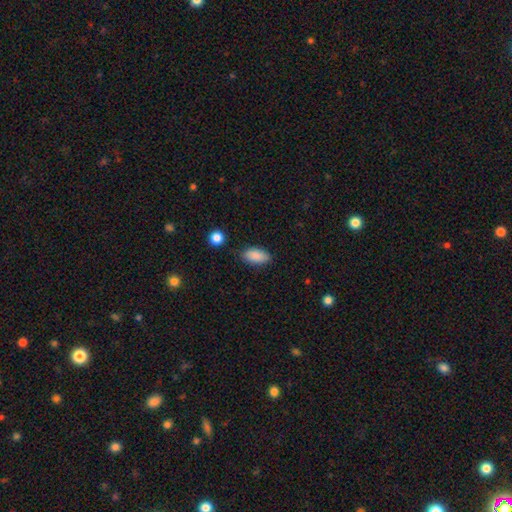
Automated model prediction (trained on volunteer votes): Smooth or featured: smooth — 88% (star or artifact — 7%)
How rounded: in between — 91% (cigar-shaped — 6%)
Merging: none — 82% (minor disturbance — 13%)